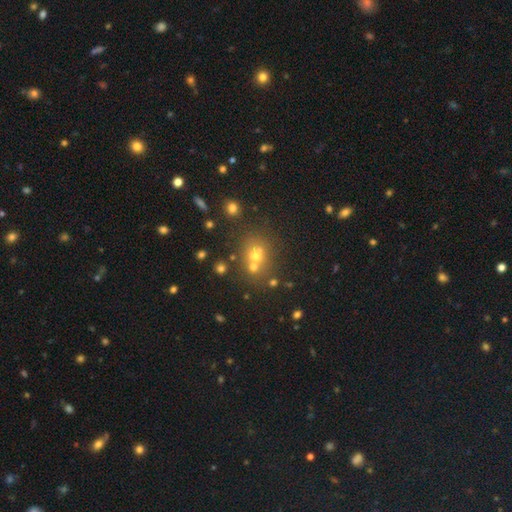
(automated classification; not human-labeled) smooth-or-featured: smooth: 58% | star or artifact: 25% | featured or disk: 18%
  how-rounded: round: 71% | in between: 27% | cigar-shaped: 1%
  merging: none: 46% | merger: 41% | minor disturbance: 9% | major disturbance: 4%